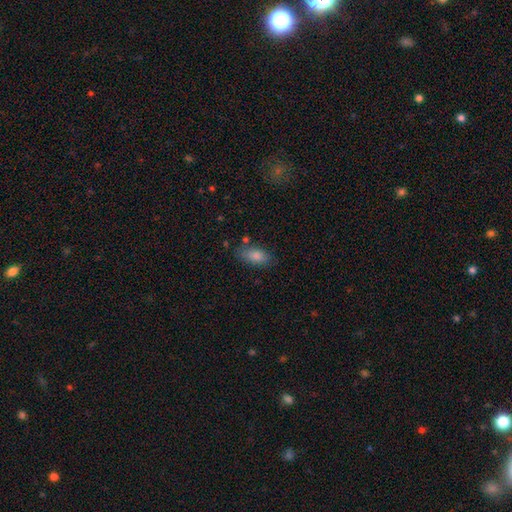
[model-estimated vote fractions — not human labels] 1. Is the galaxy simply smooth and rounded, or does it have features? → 85% smooth, 8% featured or disk, 8% star or artifact.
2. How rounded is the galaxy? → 90% in between, 7% cigar-shaped, 4% round.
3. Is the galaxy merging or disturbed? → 73% none, 17% minor disturbance, 5% merger, 5% major disturbance.